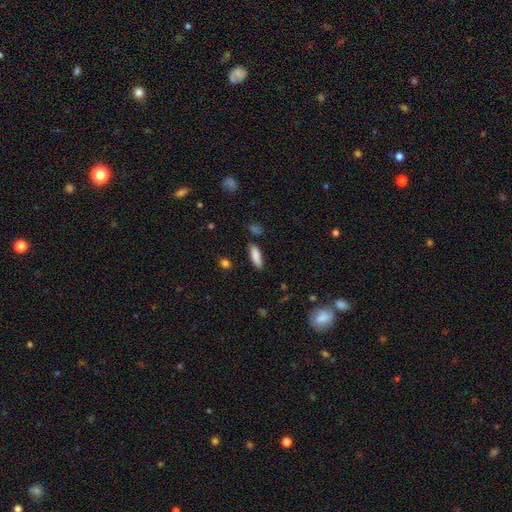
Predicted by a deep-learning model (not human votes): Smooth or featured: smooth — 86% (star or artifact — 7%)
How rounded: in between — 51% (cigar-shaped — 47%)
Merging: none — 79% (minor disturbance — 15%)